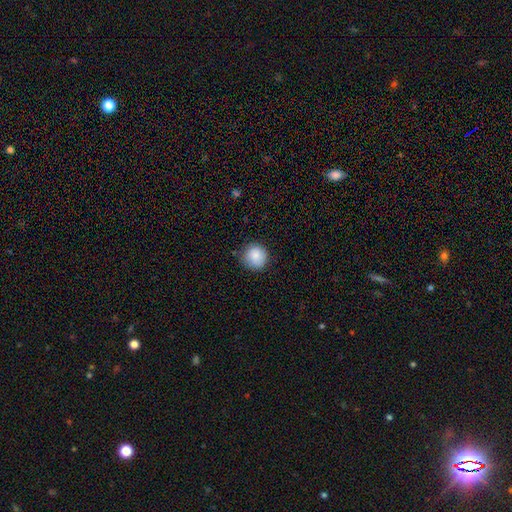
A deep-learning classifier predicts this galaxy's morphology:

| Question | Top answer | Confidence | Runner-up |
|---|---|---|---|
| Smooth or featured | smooth | 86% | star or artifact (8%) |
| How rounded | round | 93% | in between (6%) |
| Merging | none | 81% | minor disturbance (15%) |